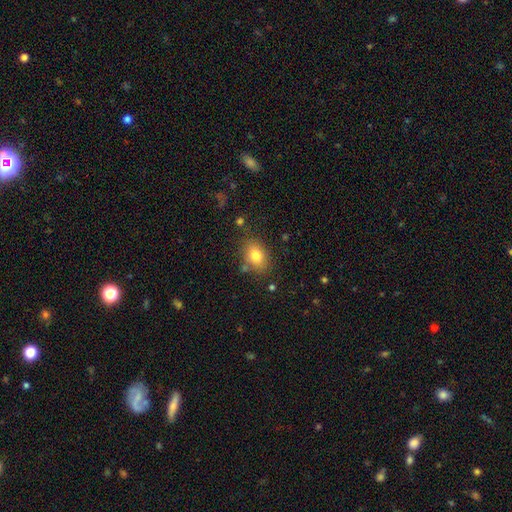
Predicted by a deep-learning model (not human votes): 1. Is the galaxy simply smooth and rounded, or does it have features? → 80% smooth, 10% featured or disk, 10% star or artifact.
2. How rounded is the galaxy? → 71% in between, 28% round, 1% cigar-shaped.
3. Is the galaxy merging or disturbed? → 78% none, 14% minor disturbance, 4% merger, 4% major disturbance.